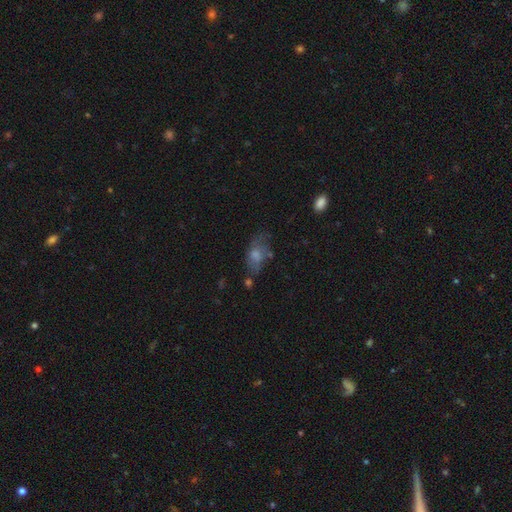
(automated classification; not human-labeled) This is marginally a smooth galaxy (43%). Merging: possibly none (52%).